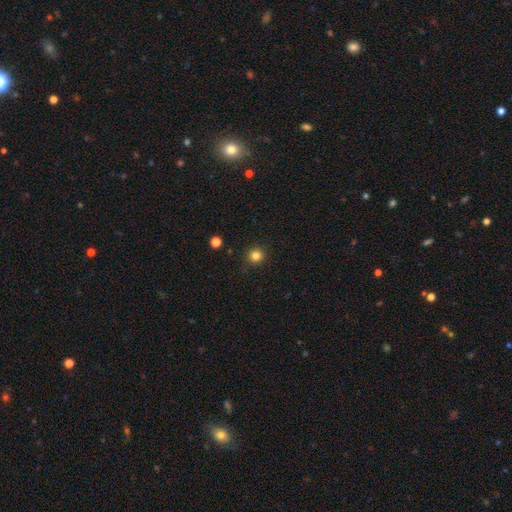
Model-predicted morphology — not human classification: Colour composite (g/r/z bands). It shows a smooth galaxy with no disk features (83%) that is round (92%). Merging: none (89%).